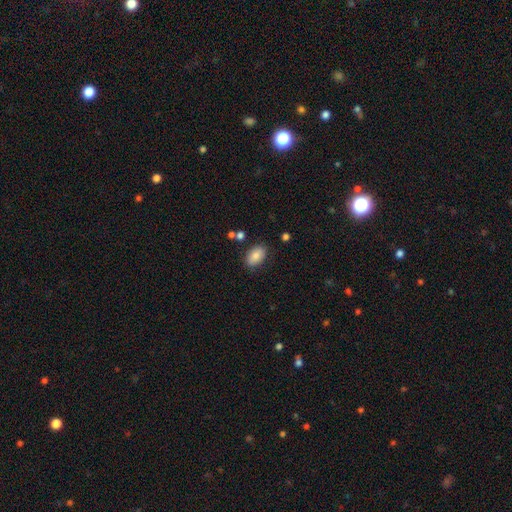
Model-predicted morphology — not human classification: A smooth galaxy with no disk features (83%) that is in between round and cigar-shaped (90%).

Vote fractions:
- Smooth or featured? smooth: 83% / featured or disk: 9% / star or artifact: 8%
- How rounded? in between: 90% / round: 9% / cigar-shaped: 2%
- Merging? none: 81% / minor disturbance: 12% / major disturbance: 3% / merger: 3%